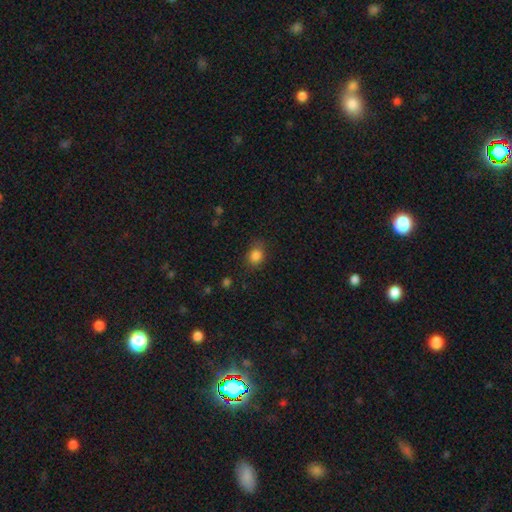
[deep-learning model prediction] Overall: smooth (84%). How rounded: round (58%; in between 40%). Merging: none (79%).